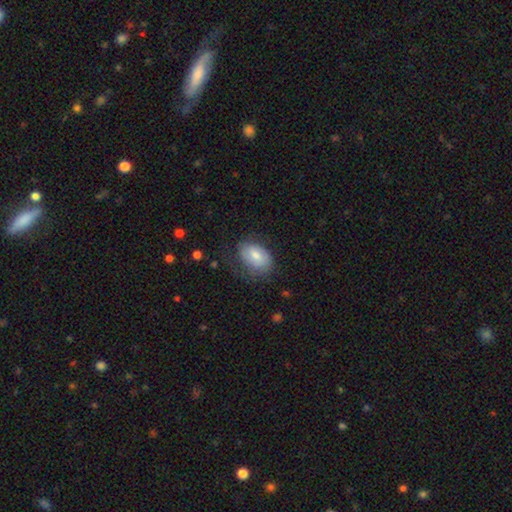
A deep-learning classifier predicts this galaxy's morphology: A smooth galaxy with no disk features (70%) that is in between round and cigar-shaped (84%). Merging: none (57%).